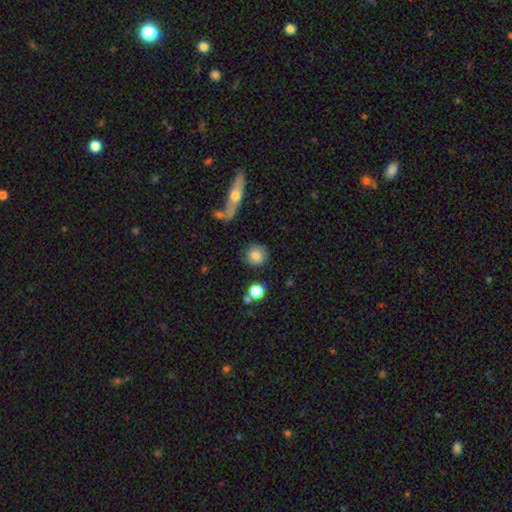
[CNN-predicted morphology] smooth 82%, featured or disk 9%, star or artifact 9%. Down the decision tree: how rounded — round (92%); merging — none (86%).